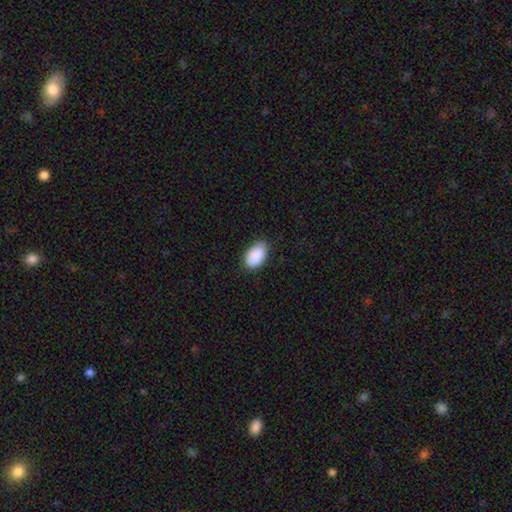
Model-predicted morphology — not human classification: Q: Smooth or featured?
A: smooth (90%); runner-up: star or artifact (6%)
Q: How rounded?
A: in between (94%); runner-up: round (5%)
Q: Merging?
A: none (80%); runner-up: minor disturbance (16%)